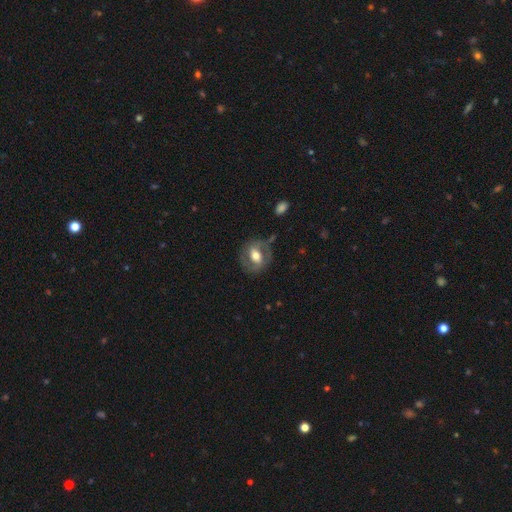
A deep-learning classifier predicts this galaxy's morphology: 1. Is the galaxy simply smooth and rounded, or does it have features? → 59% featured or disk, 34% smooth, 7% star or artifact.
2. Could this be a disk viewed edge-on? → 94% no, 6% yes.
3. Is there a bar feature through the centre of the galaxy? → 38% weak, 33% strong, 28% no.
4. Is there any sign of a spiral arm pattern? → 63% yes, 37% no.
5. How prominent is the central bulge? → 64% moderate, 24% large, 9% small, 2% dominant, 1% none.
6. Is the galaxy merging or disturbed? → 73% none, 16% minor disturbance, 9% major disturbance, 2% merger.